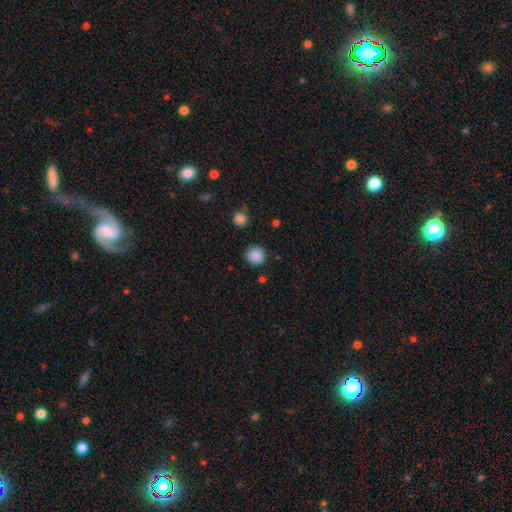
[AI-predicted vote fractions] Smooth or featured: smooth — 87% (star or artifact — 10%)
How rounded: round — 93% (in between — 6%)
Merging: none — 87% (minor disturbance — 8%)